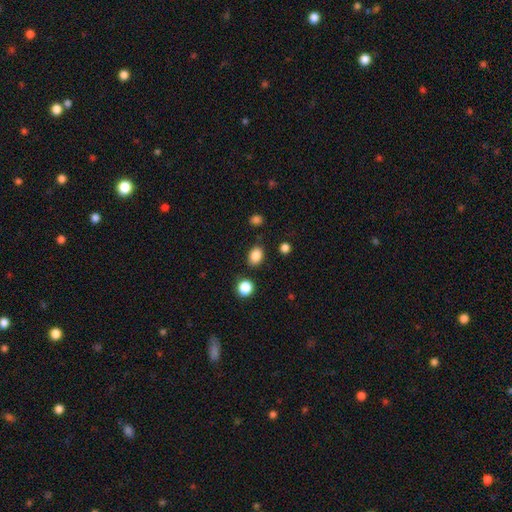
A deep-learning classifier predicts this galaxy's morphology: Smooth or featured? smooth (86%)
How rounded? in between (69%)
Merging? none (83%)